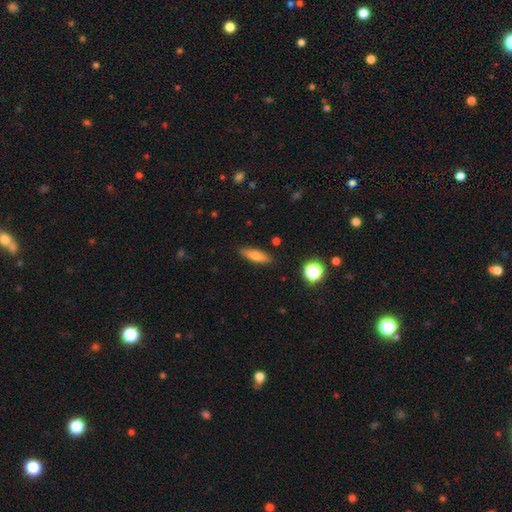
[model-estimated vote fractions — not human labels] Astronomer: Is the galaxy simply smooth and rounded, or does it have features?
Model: smooth — 76%.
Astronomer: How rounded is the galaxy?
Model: cigar-shaped — 55% (runner-up: in between, 42%).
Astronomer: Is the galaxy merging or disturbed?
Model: none — 87%.